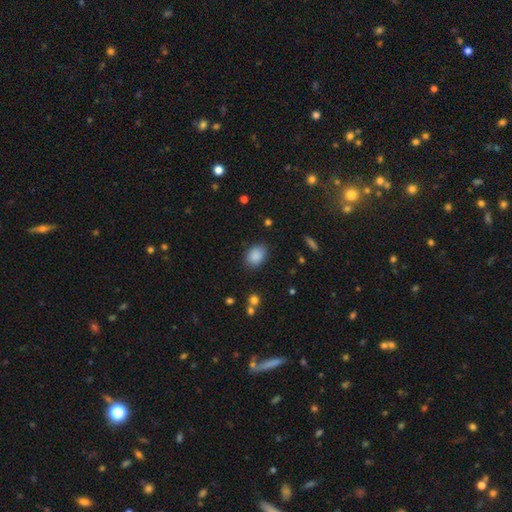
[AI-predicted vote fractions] Smooth or featured: smooth — 87% (star or artifact — 8%)
How rounded: in between — 71% (round — 28%)
Merging: none — 83% (minor disturbance — 12%)